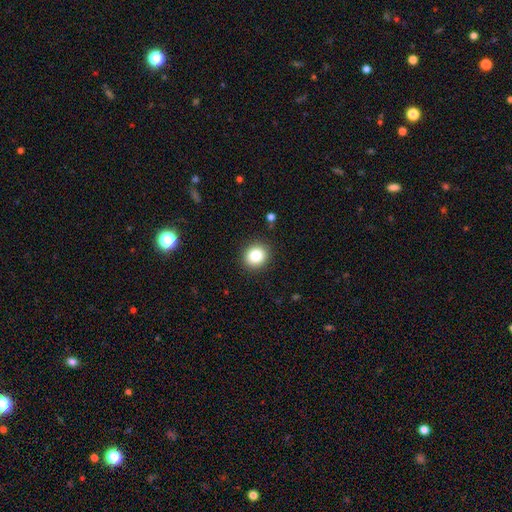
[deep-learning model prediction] smooth-or-featured: smooth: 84% | star or artifact: 10% | featured or disk: 6%
  how-rounded: round: 76% | in between: 23% | cigar-shaped: 1%
  merging: none: 90% | minor disturbance: 7% | major disturbance: 2% | merger: 1%